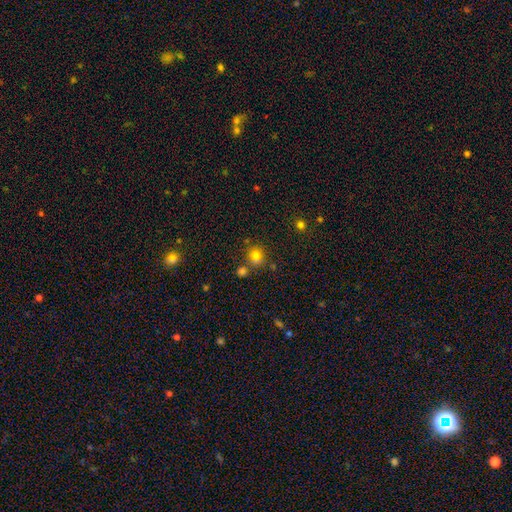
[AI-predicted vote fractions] This appears to be a smooth galaxy with no disk features (72%) that is round (82%). Merging: none (57%).